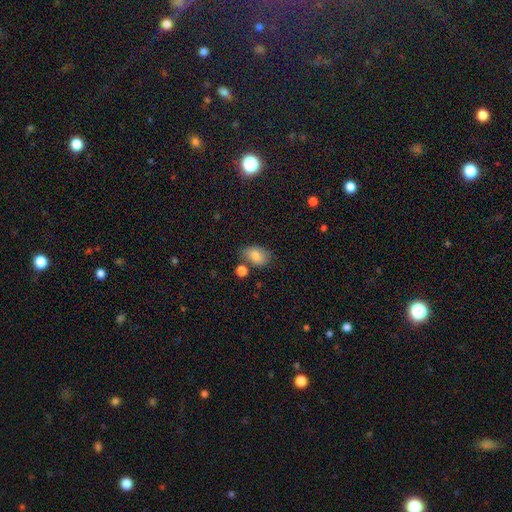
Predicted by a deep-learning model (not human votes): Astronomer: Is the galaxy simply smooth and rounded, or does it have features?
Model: smooth — 82%.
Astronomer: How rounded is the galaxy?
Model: in between — 84%.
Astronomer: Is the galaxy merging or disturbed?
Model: none — 66%.